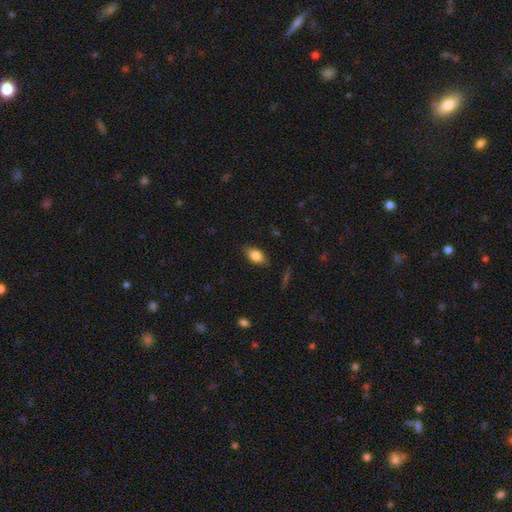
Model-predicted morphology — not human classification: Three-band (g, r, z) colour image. It shows a smooth galaxy with no disk features (82%) that is in between round and cigar-shaped (88%). Merging: none (82%).